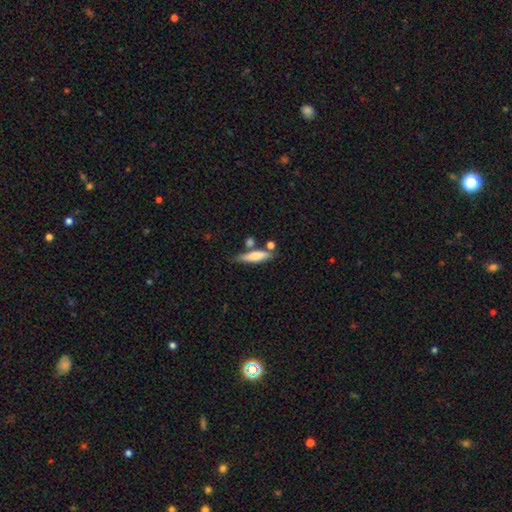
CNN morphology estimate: Q: Smooth or featured?
A: smooth (71%); runner-up: featured or disk (22%)
Q: How rounded?
A: cigar-shaped (68%); runner-up: in between (29%)
Q: Merging?
A: none (59%); runner-up: minor disturbance (18%)